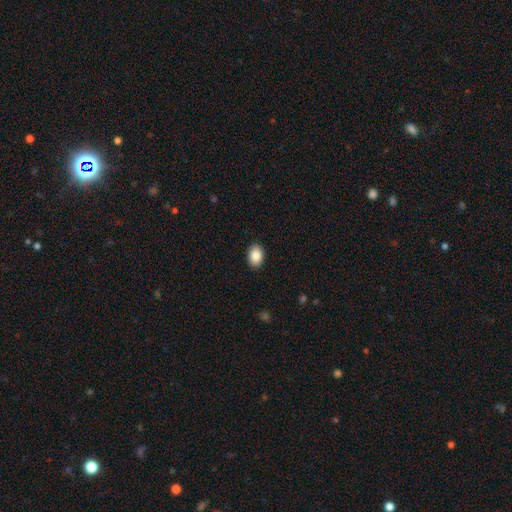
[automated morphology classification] Smooth or featured?
  - smooth: 86% *
  - star or artifact: 7%
  - featured or disk: 6%
How rounded?
  - in between: 84% *
  - round: 15%
  - cigar-shaped: 1%
Merging?
  - none: 90% *
  - minor disturbance: 7%
  - major disturbance: 2%
  - merger: 1%